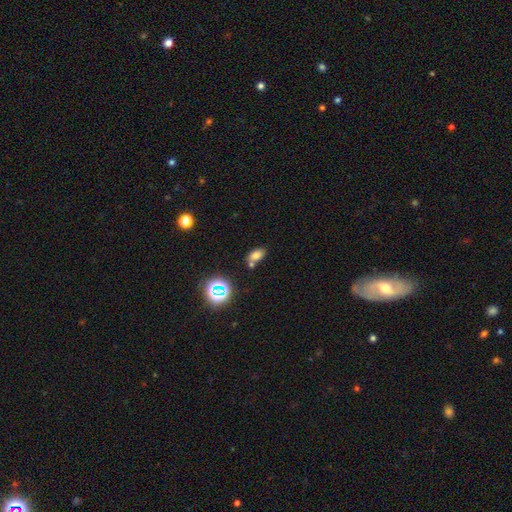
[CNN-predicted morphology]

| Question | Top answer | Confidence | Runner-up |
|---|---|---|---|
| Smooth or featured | smooth | 72% | star or artifact (19%) |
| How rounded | in between | 86% | round (12%) |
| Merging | none | 58% | merger (24%) |